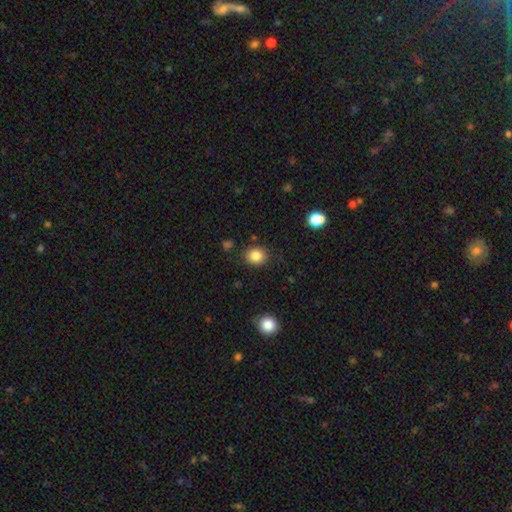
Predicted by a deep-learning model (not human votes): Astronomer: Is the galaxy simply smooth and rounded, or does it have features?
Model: smooth — 85%.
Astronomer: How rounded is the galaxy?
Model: round — 75%.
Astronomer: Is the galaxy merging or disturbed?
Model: none — 86%.